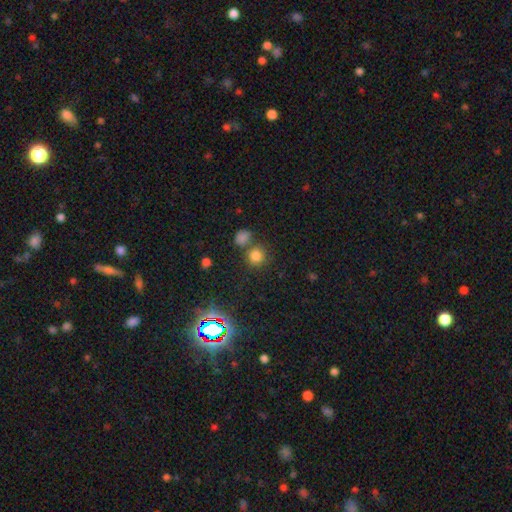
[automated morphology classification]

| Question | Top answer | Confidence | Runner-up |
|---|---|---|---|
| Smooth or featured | smooth | 78% | star or artifact (17%) |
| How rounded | round | 89% | in between (10%) |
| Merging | none | 68% | merger (19%) |